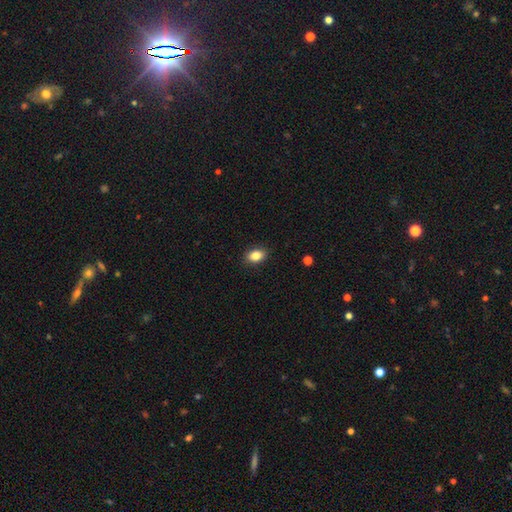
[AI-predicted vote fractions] Q: Smooth or featured?
A: smooth (86%); runner-up: star or artifact (9%)
Q: How rounded?
A: in between (82%); runner-up: round (16%)
Q: Merging?
A: none (89%); runner-up: minor disturbance (8%)